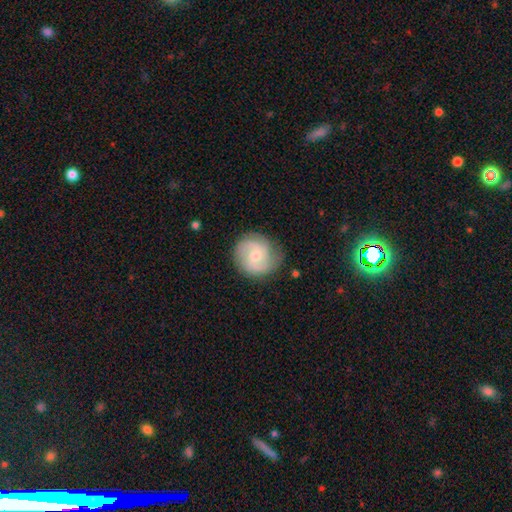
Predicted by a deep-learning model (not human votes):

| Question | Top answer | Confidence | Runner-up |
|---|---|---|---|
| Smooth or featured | featured or disk | 69% | smooth (25%) |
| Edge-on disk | no | 98% | yes (2%) |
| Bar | no | 56% | weak (39%) |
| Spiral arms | yes | 93% | no (7%) |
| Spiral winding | medium | 47% | tight (34%) |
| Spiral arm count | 2 | 62% | 3 (16%) |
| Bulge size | small | 48% | moderate (47%) |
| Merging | none | 78% | minor disturbance (16%) |